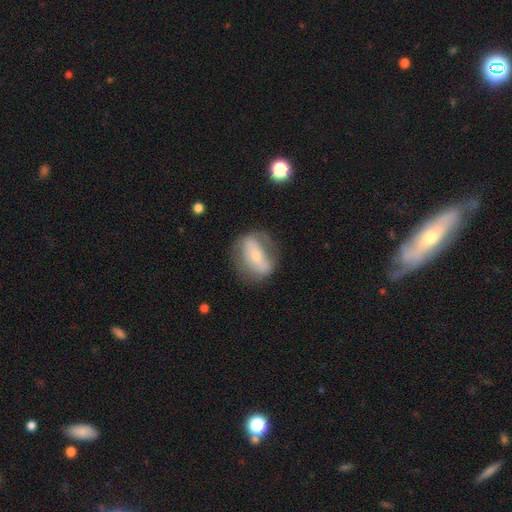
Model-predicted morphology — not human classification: The model was most divided on "smooth or featured": featured or disk: 53%, smooth: 39%, star or artifact: 7%. More confident: edge-on disk — no (87%); merging — none (63%).